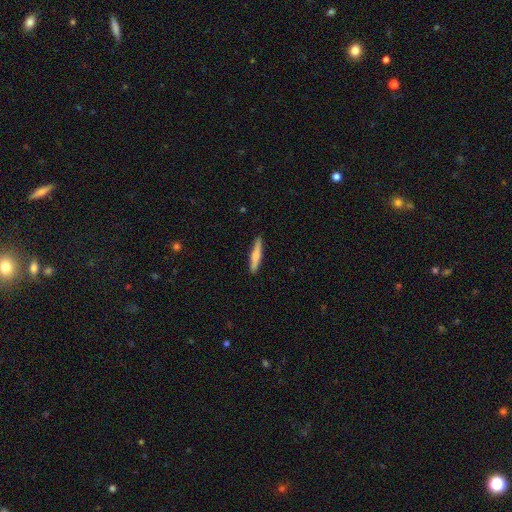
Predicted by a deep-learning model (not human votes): smooth-or-featured: smooth: 60% | featured or disk: 35% | star or artifact: 5%
  how-rounded: cigar-shaped: 92% | in between: 7% | round: 1%
  merging: none: 90% | minor disturbance: 8% | major disturbance: 2% | merger: 1%